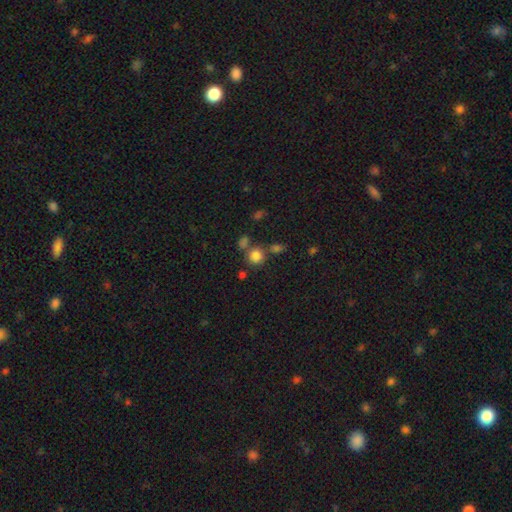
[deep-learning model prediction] A smooth galaxy with no disk features (80%) that is round (88%). Merging: none (65%).